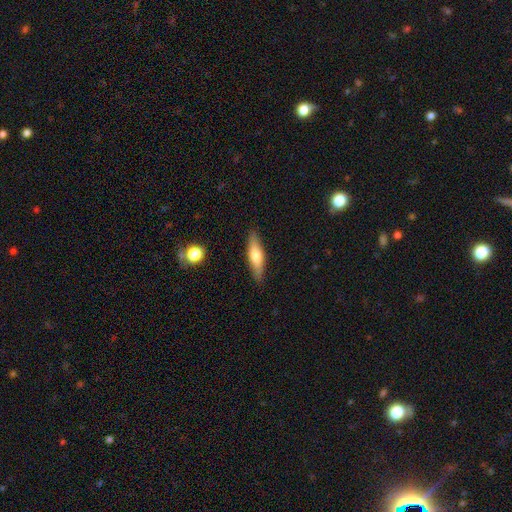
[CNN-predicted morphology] smooth-or-featured: smooth: 60% | featured or disk: 34% | star or artifact: 6%
  how-rounded: cigar-shaped: 64% | in between: 33% | round: 2%
  merging: none: 86% | minor disturbance: 10% | major disturbance: 2% | merger: 2%